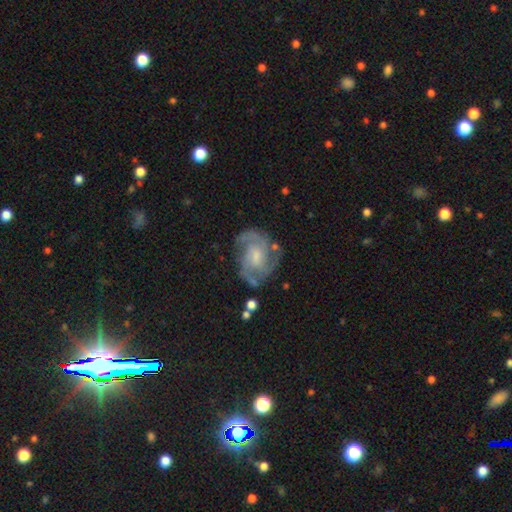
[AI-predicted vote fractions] Smooth or featured? featured or disk (86%)
Edge-on disk? no (98%)
Bar? weak (47%)
Spiral arms? yes (95%)
Spiral winding? medium (48%)
Spiral arm count? 3 (34%)
Bulge size? small (43%)
Merging? none (68%)